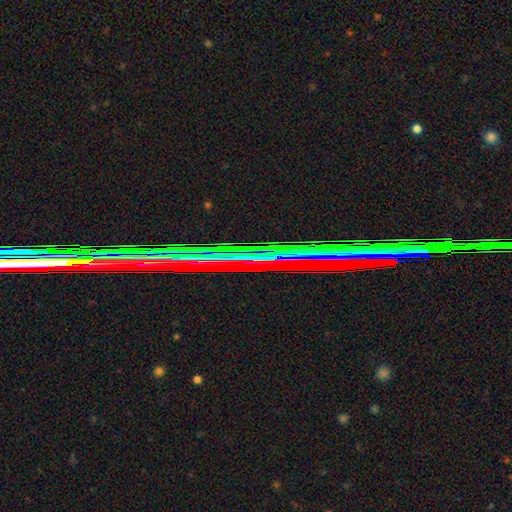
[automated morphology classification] A star or artifact, not a galaxy (73%).

Vote fractions:
- Smooth or featured? star or artifact: 73% / featured or disk: 18% / smooth: 9%